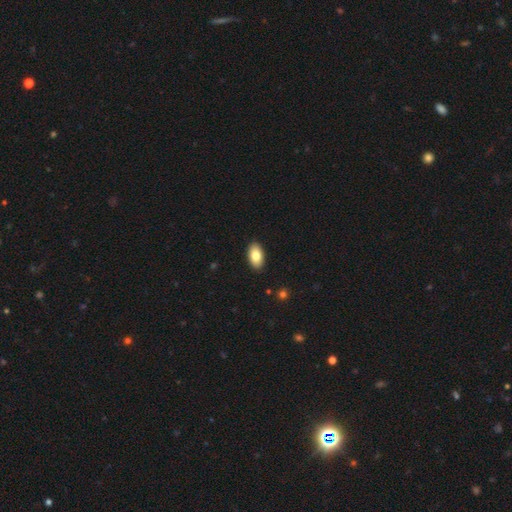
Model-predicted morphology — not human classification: smooth 81%, featured or disk 12%, star or artifact 7%. Down the decision tree: how rounded — in between (95%); merging — none (91%).